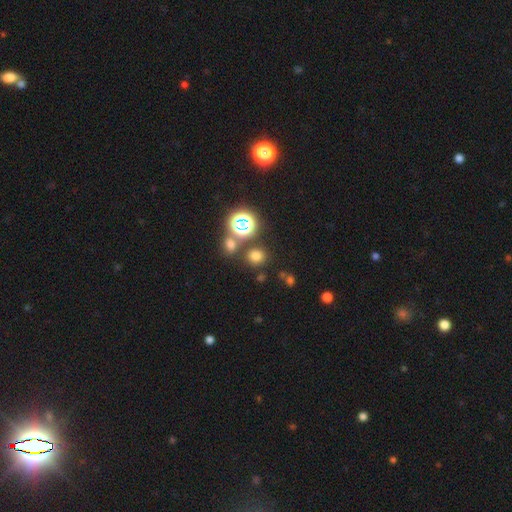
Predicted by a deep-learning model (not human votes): Smooth or featured?
  - smooth: 67% *
  - star or artifact: 27%
  - featured or disk: 6%
How rounded?
  - round: 79% *
  - in between: 20%
  - cigar-shaped: 1%
Merging?
  - none: 76% *
  - merger: 12%
  - minor disturbance: 8%
  - major disturbance: 4%